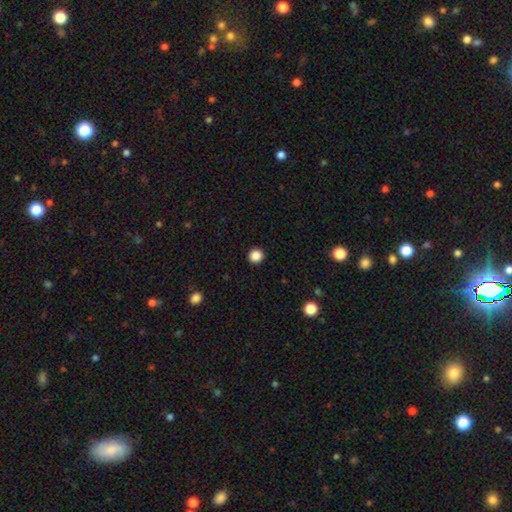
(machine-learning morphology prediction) type=smooth (87%); roundness=round (95%); merging=none (93%).